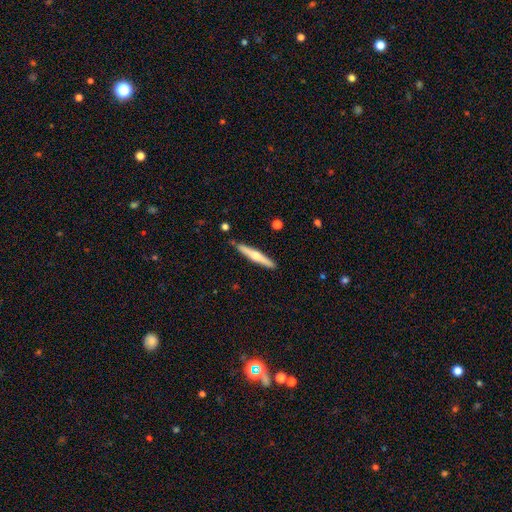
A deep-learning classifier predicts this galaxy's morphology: smooth_or_featured: featured or disk (p=0.51) [alt: smooth p=0.44]
disk_edge_on: yes (p=0.97) [alt: no p=0.03]
merging: none (p=0.89) [alt: minor disturbance p=0.08]